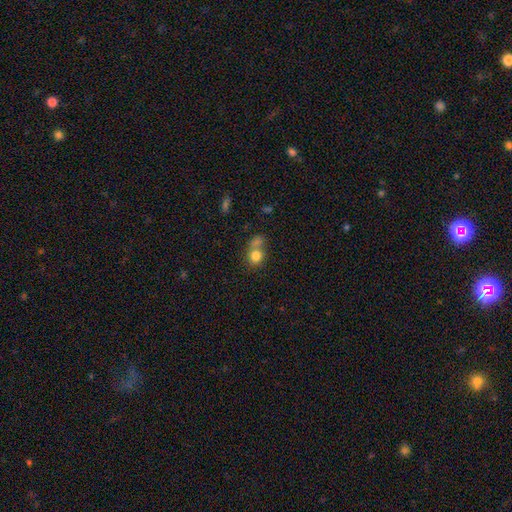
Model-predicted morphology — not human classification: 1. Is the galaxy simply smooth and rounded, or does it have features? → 79% smooth, 11% star or artifact, 11% featured or disk.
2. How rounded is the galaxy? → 75% round, 24% in between, 1% cigar-shaped.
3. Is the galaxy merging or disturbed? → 46% merger, 38% none, 10% minor disturbance, 6% major disturbance.